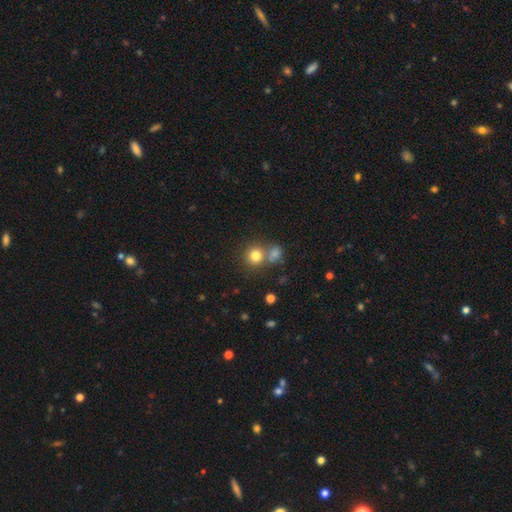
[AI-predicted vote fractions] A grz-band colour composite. It shows a smooth galaxy with no disk features (79%) that is round (88%). Merging: none (59%).